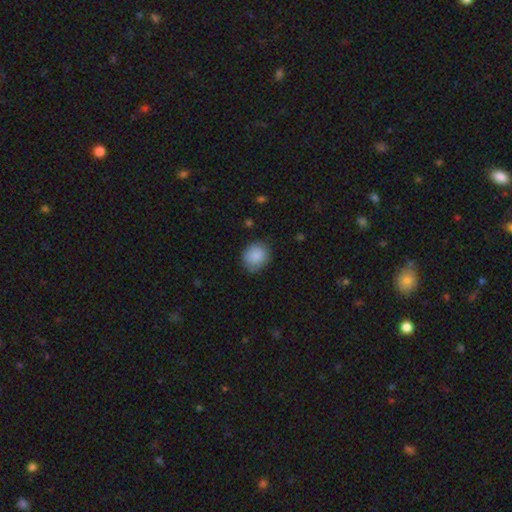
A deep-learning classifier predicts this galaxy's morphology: A smooth galaxy with no disk features (88%) that is round (76%).

Vote fractions:
- Smooth or featured? smooth: 88% / star or artifact: 7% / featured or disk: 5%
- How rounded? round: 76% / in between: 23% / cigar-shaped: 1%
- Merging? none: 78% / minor disturbance: 17% / major disturbance: 4% / merger: 1%